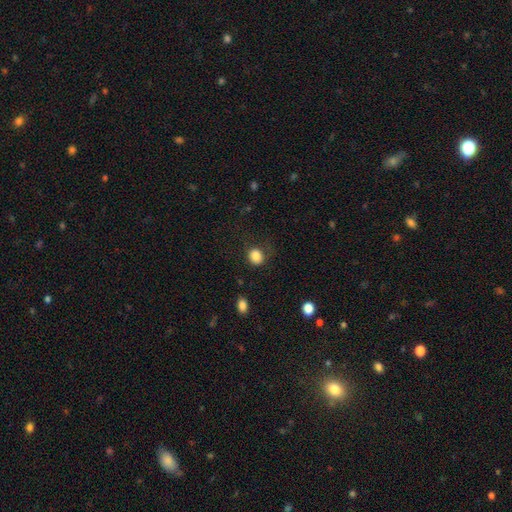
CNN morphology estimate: This appears to be a smooth galaxy with no disk features (85%) that is round (70%). Merging: none (71%).